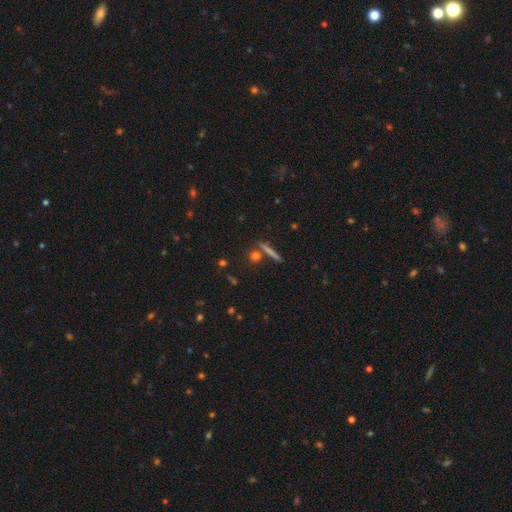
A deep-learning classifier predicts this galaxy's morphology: smooth-or-featured: smooth: 68% | featured or disk: 18% | star or artifact: 14%
  how-rounded: round: 48% | cigar-shaped: 41% | in between: 11%
  merging: none: 81% | merger: 10% | minor disturbance: 7% | major disturbance: 3%